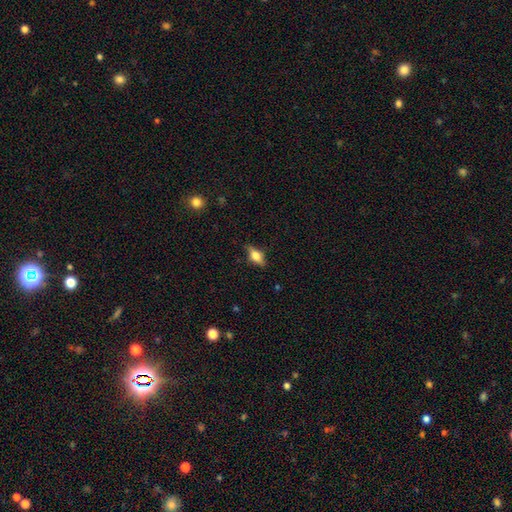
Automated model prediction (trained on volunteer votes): Smooth or featured? smooth (55%)
How rounded? in between (75%)
Merging? none (78%)